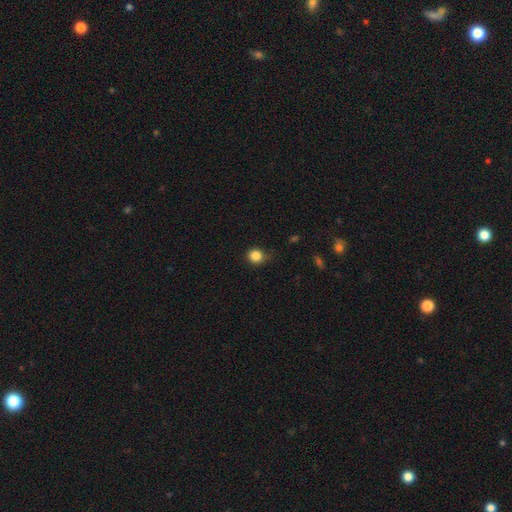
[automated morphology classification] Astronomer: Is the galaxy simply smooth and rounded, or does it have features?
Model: smooth — 85%.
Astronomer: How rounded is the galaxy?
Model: round — 85%.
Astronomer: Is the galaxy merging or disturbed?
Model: none — 70%.